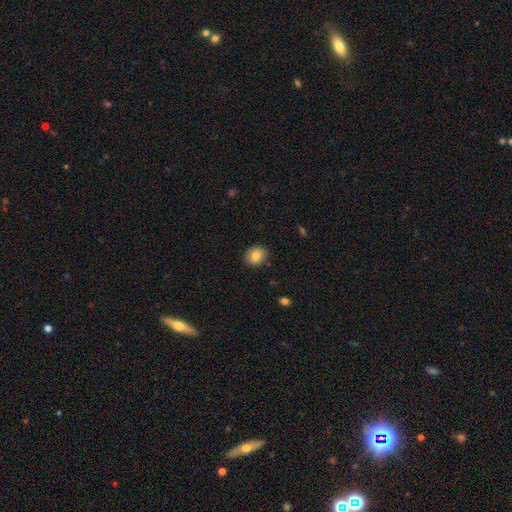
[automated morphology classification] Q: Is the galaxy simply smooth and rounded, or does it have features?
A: smooth — 80%.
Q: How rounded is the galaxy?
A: round — 64%.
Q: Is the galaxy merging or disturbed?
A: none — 88%.